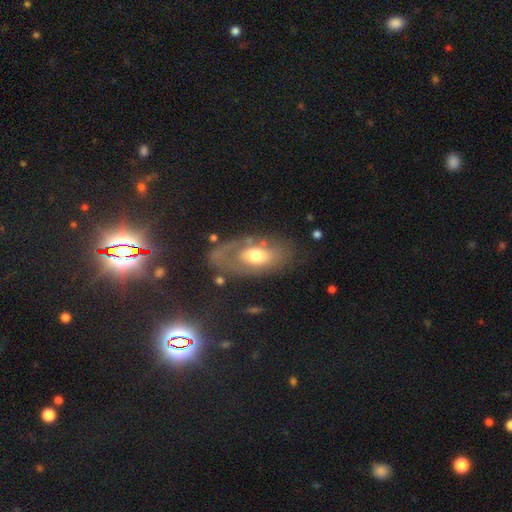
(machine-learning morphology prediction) Q: Smooth or featured?
A: featured or disk (51%); runner-up: smooth (42%)
Q: Edge-on disk?
A: no (88%); runner-up: yes (12%)
Q: Merging?
A: none (54%); runner-up: minor disturbance (21%)